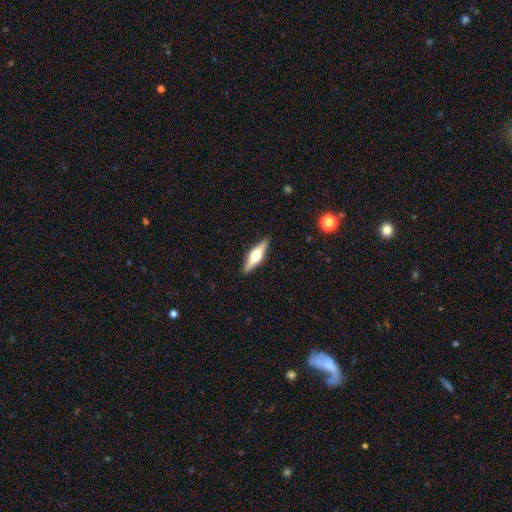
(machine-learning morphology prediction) This appears to be a featured or disk galaxy (66%) viewed edge-on (97%) with a rounded central bulge (95%). Merging: none (91%).